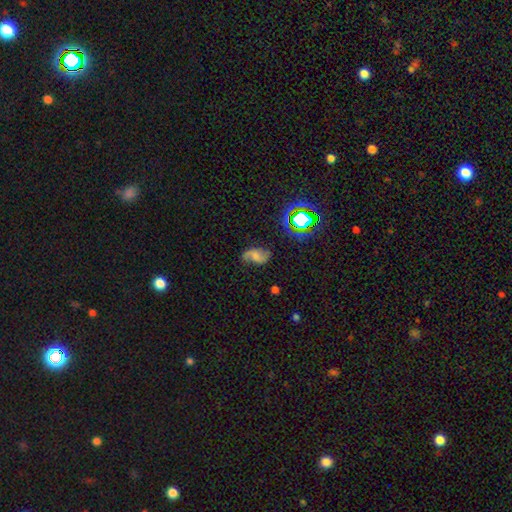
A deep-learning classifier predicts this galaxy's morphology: Smooth or featured? Predicted: featured or disk (p=0.59). Edge-on disk? Predicted: no (p=0.97). Bar? Predicted: no (p=0.55). Spiral arms? Predicted: yes (p=0.91). Spiral winding? Predicted: loose (p=0.64). Spiral arm count? Predicted: 2 (p=0.86). Bulge size? Predicted: none (p=0.39). Merging? Predicted: none (p=0.61).